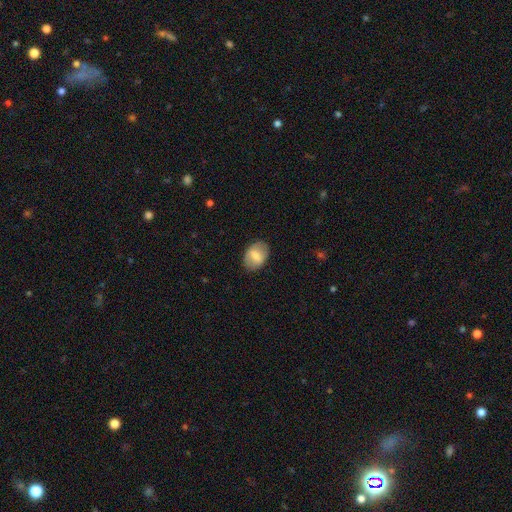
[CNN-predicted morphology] smooth 68%, featured or disk 25%, star or artifact 7%. Down the decision tree: how rounded — in between (81%); merging — none (83%).